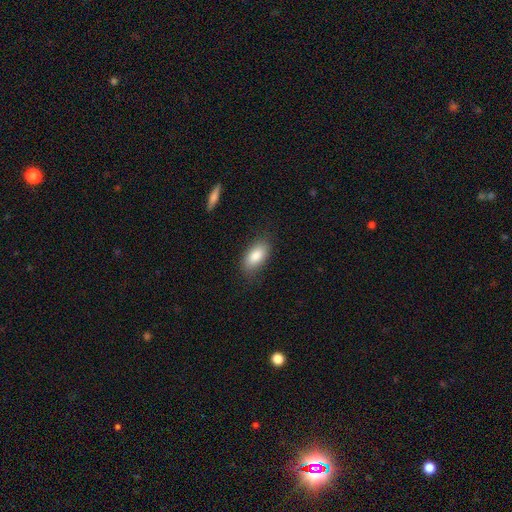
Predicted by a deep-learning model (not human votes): A smooth galaxy with no disk features (85%) that is in between round and cigar-shaped (92%).

Vote fractions:
- Smooth or featured? smooth: 85% / featured or disk: 8% / star or artifact: 7%
- How rounded? in between: 92% / cigar-shaped: 5% / round: 4%
- Merging? none: 81% / minor disturbance: 14% / major disturbance: 4% / merger: 1%